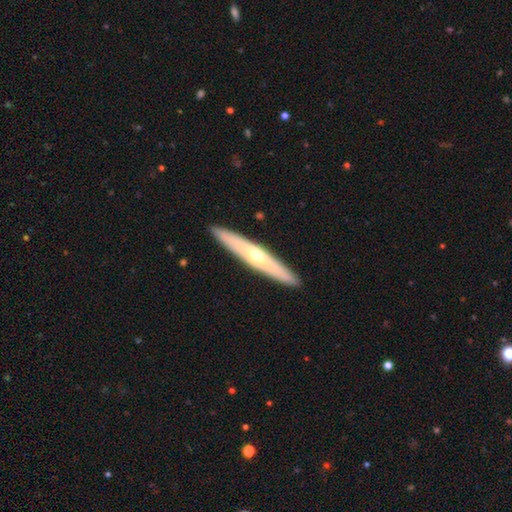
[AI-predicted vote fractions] A featured or disk galaxy (55%) viewed edge-on (88%). Merging: none (92%).